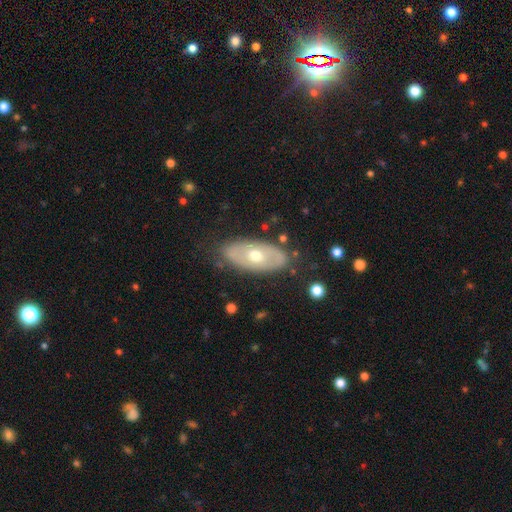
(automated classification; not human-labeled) Morphology: type=featured or disk (51%); edge-on=no (83%); merging=none (80%).